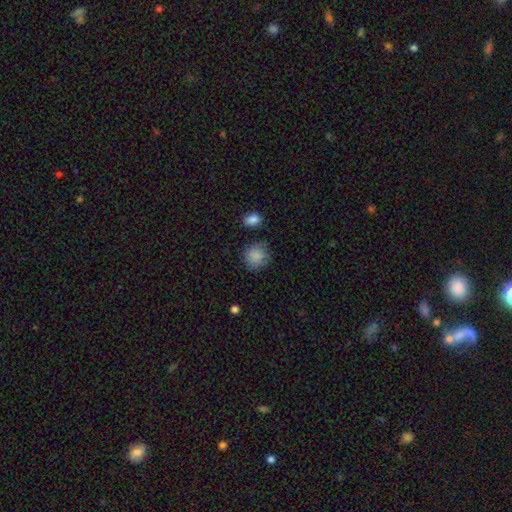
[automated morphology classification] smooth 88%, star or artifact 8%, featured or disk 4%. Down the decision tree: how rounded — round (89%); merging — none (80%).